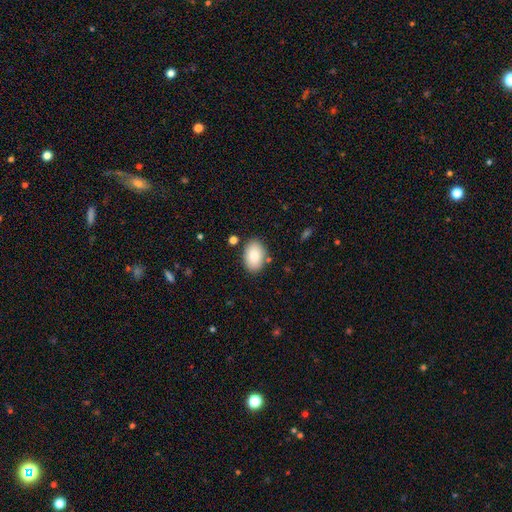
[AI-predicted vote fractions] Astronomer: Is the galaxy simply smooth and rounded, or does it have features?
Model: smooth — 84%.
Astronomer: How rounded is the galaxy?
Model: in between — 88%.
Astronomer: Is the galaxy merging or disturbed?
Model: none — 83%.